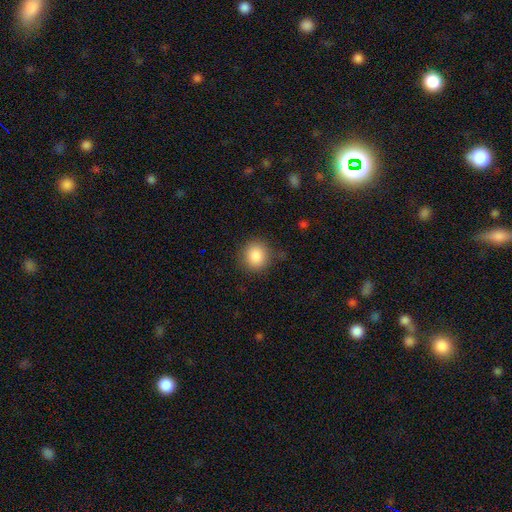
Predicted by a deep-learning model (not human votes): Overall: smooth (87%). How rounded: round (89%). Merging: none (81%).